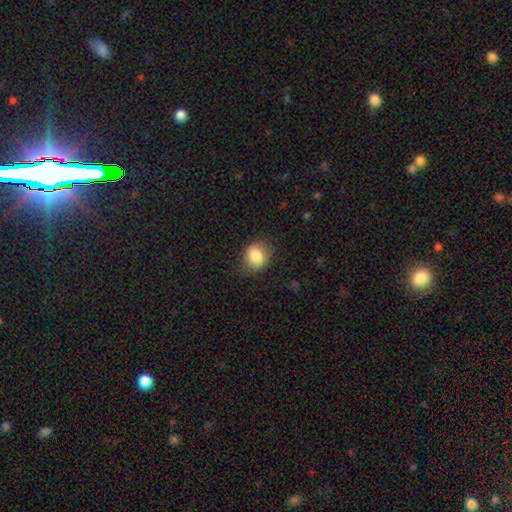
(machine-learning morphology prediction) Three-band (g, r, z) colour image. It shows a smooth galaxy with no disk features (83%) that is round (62%). Merging: none (72%).